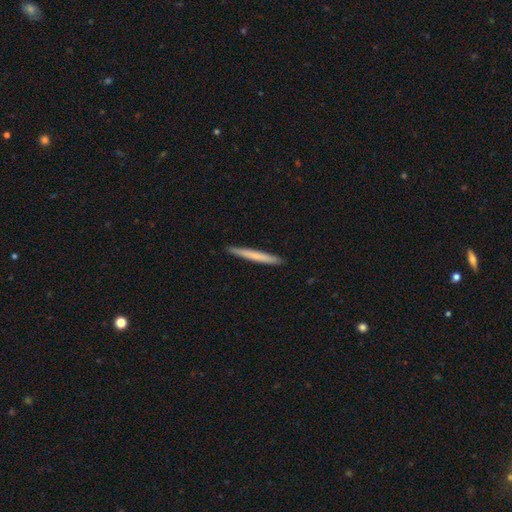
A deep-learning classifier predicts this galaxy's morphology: The model was most divided on "smooth or featured": smooth: 66%, featured or disk: 28%, star or artifact: 5%. More confident: how rounded — cigar-shaped (97%); merging — none (92%).